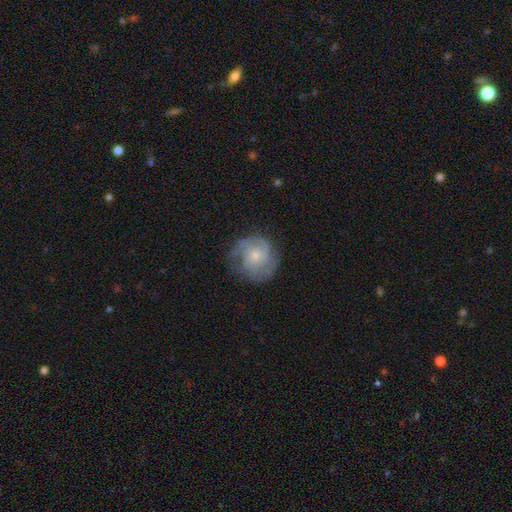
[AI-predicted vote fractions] The model was most divided on "bulge size": small: 57%, moderate: 37%, none: 3%, large: 2%, dominant: 1%. More confident: edge-on disk — no (98%); bar — no (82%); spiral arms — yes (74%); merging — none (63%); smooth or featured — featured or disk (59%).